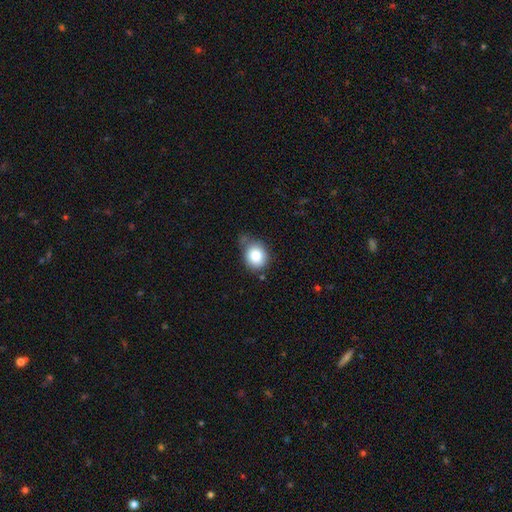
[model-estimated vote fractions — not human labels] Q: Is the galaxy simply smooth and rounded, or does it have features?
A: smooth — 85%.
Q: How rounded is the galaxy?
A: round — 63%.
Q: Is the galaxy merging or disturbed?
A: none — 59%.